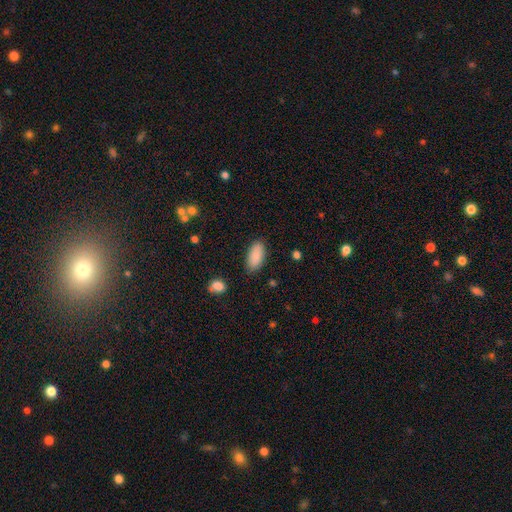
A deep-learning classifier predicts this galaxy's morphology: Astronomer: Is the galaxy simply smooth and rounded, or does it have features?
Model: smooth — 87%.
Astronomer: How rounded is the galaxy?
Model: in between — 90%.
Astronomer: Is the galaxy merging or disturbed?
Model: none — 85%.